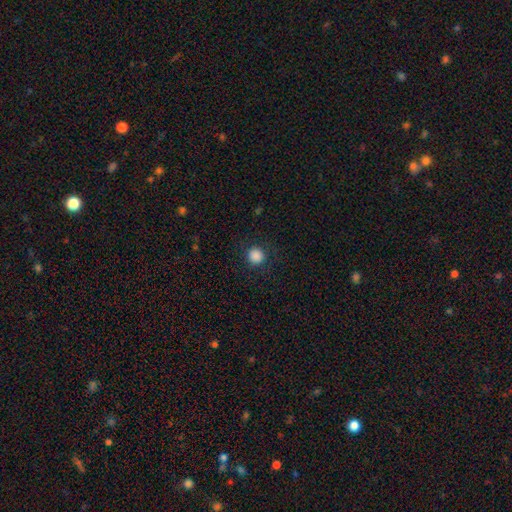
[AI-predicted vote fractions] smooth_or_featured: smooth (p=0.87) [alt: star or artifact p=0.10]
how_rounded: round (p=0.94) [alt: in between p=0.05]
merging: none (p=0.90) [alt: minor disturbance p=0.06]